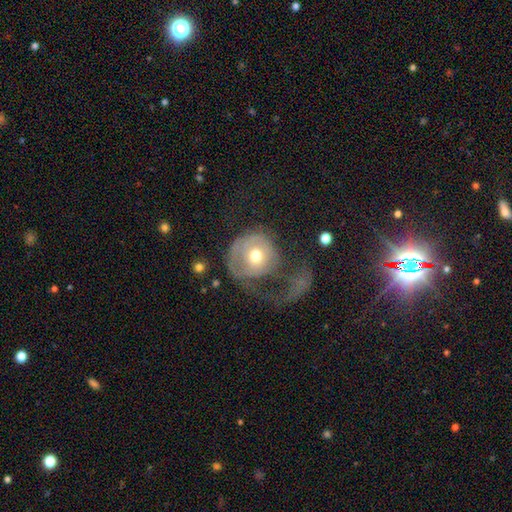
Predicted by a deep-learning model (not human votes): Q: Smooth or featured?
A: smooth (51%); runner-up: featured or disk (41%)
Q: How rounded?
A: round (85%); runner-up: in between (14%)
Q: Merging?
A: major disturbance (64%); runner-up: none (19%)